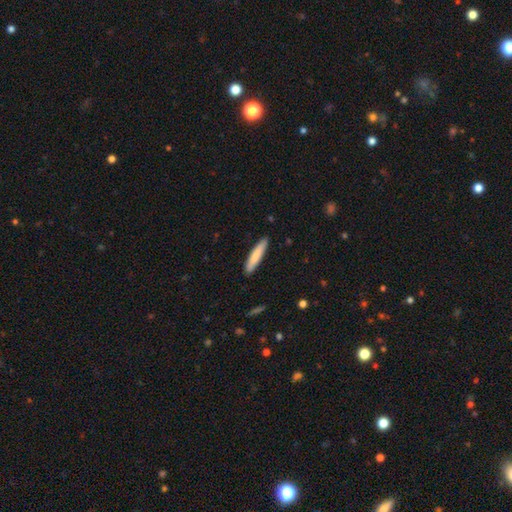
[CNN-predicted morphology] A smooth galaxy with no disk features (82%) that is cigar-shaped (89%). Merging: none (89%).